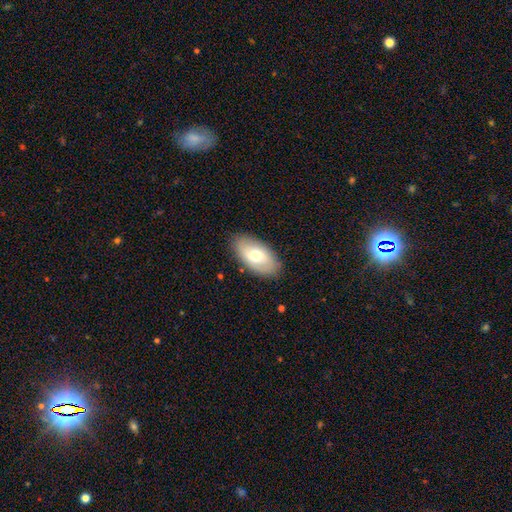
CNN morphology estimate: A smooth galaxy with no disk features (63%) that is in between round and cigar-shaped (94%).

Vote fractions:
- Smooth or featured? smooth: 63% / featured or disk: 31% / star or artifact: 6%
- How rounded? in between: 94% / round: 4% / cigar-shaped: 2%
- Merging? none: 85% / minor disturbance: 11% / major disturbance: 3% / merger: 1%